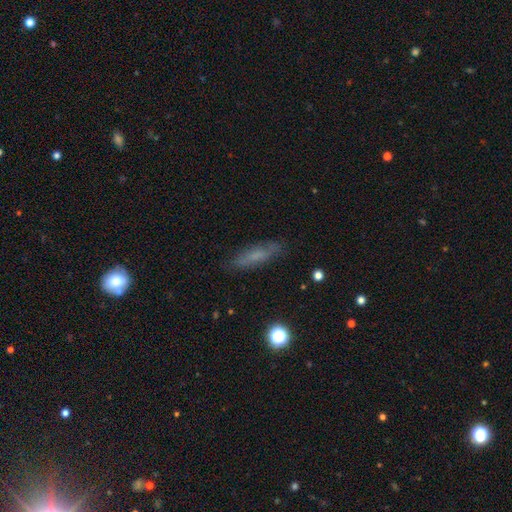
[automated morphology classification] Smooth or featured: smooth — 60% (featured or disk — 29%)
How rounded: cigar-shaped — 68% (in between — 29%)
Merging: none — 83% (minor disturbance — 12%)